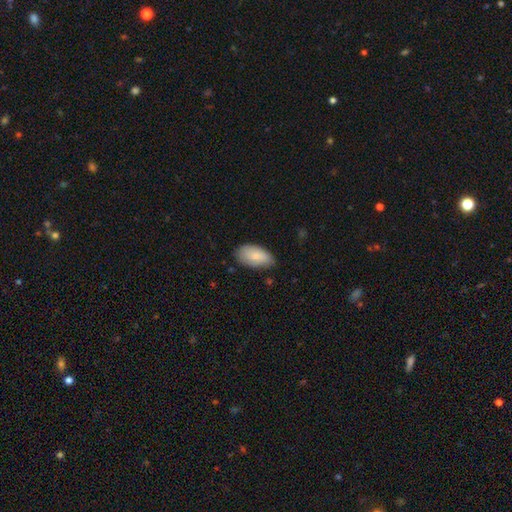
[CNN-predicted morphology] Overall: smooth (84%). How rounded: in between (94%). Merging: none (74%).